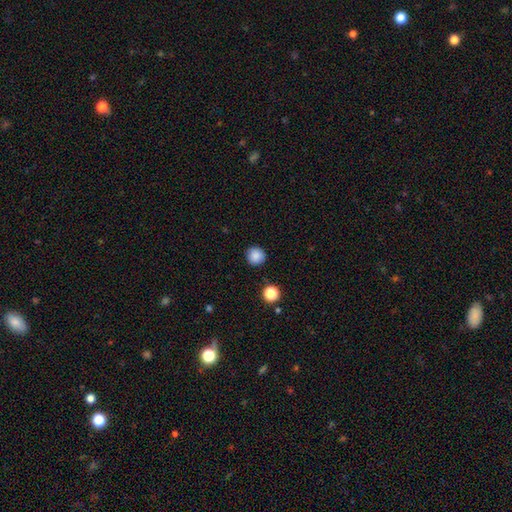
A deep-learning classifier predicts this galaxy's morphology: smooth_or_featured: smooth (p=0.86) [alt: star or artifact p=0.10]
how_rounded: round (p=0.94) [alt: in between p=0.05]
merging: none (p=0.89) [alt: minor disturbance p=0.07]